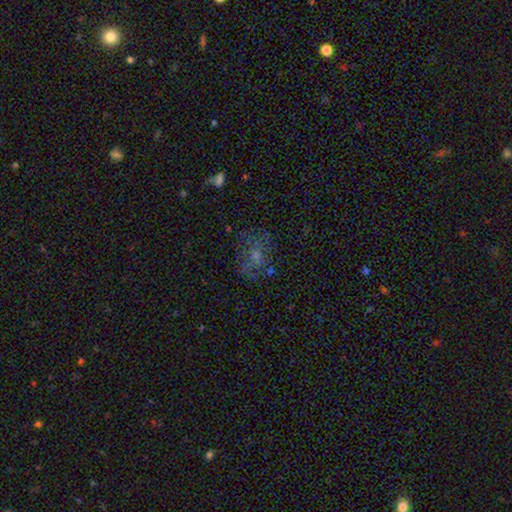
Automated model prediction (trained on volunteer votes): Smooth or featured? Predicted: smooth (p=0.43). Merging? Predicted: none (p=0.56).